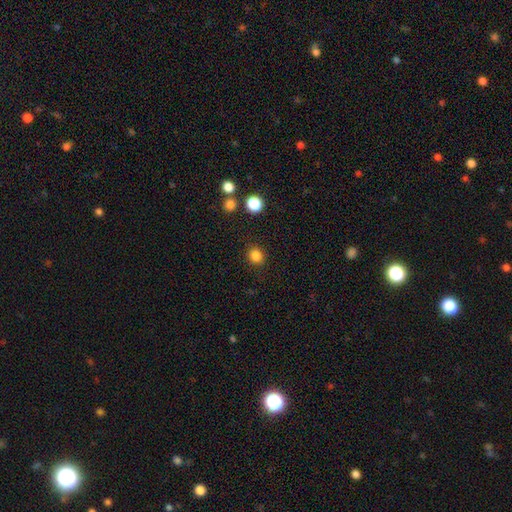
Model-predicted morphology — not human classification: A smooth galaxy with no disk features (84%) that is round (85%).

Vote fractions:
- Smooth or featured? smooth: 84% / star or artifact: 12% / featured or disk: 4%
- How rounded? round: 85% / in between: 14% / cigar-shaped: 1%
- Merging? none: 89% / minor disturbance: 7% / major disturbance: 3% / merger: 2%